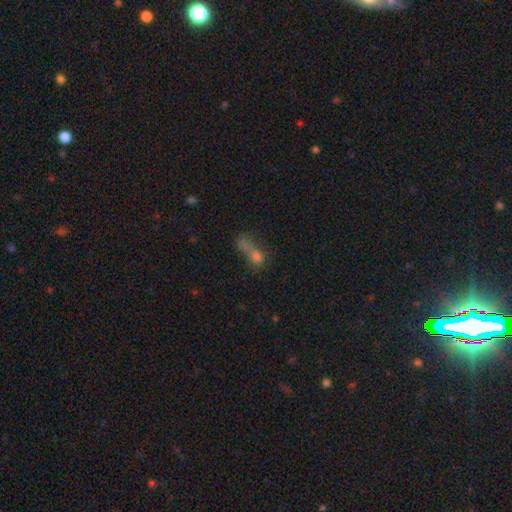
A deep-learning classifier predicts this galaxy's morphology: Smooth or featured? Predicted: smooth (p=0.59). How rounded? Predicted: in between (p=0.53). Merging? Predicted: merger (p=0.36).